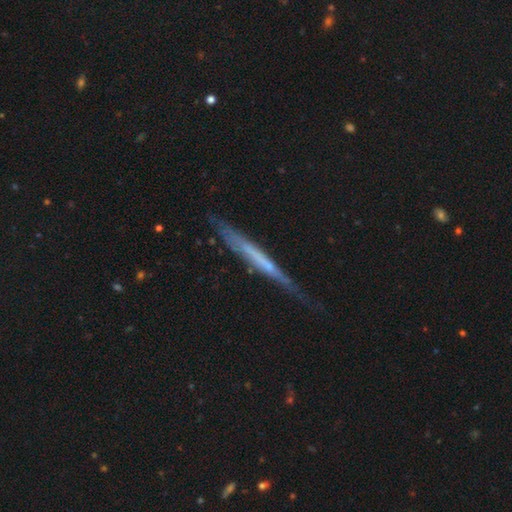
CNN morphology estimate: This appears to be a featured or disk galaxy (59%) viewed edge-on (92%) with no central bulge (83%). Merging: none (68%).